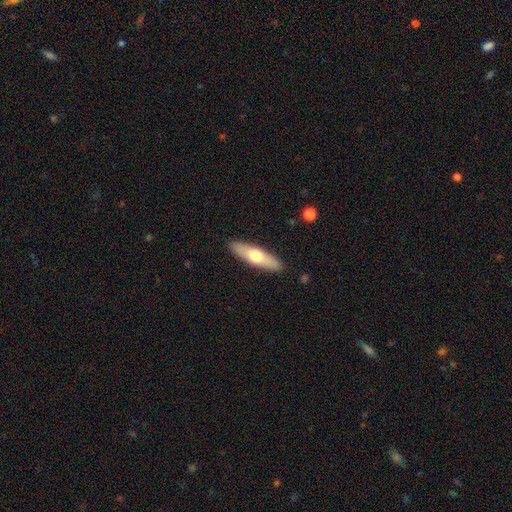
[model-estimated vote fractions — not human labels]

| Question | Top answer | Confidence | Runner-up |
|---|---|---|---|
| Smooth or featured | smooth | 57% | featured or disk (38%) |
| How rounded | cigar-shaped | 65% | in between (33%) |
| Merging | none | 90% | minor disturbance (7%) |